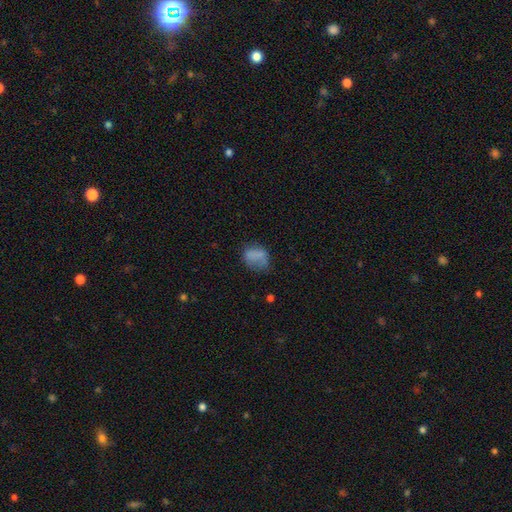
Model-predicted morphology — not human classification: This is likely a smooth galaxy (73%). How rounded: likely in between (63%). Merging: possibly none (50%).